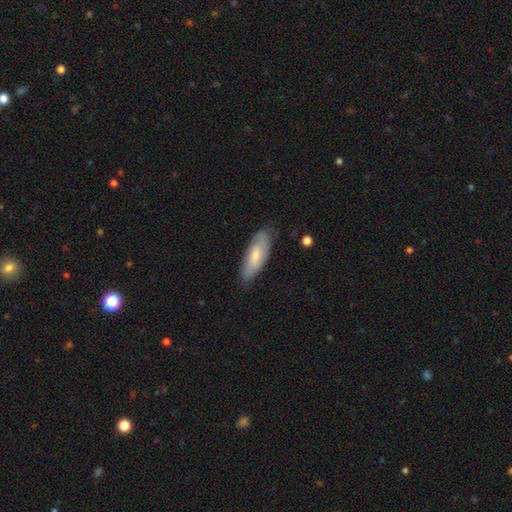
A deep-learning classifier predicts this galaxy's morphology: Smooth or featured? smooth (65%)
How rounded? in between (64%)
Merging? none (71%)